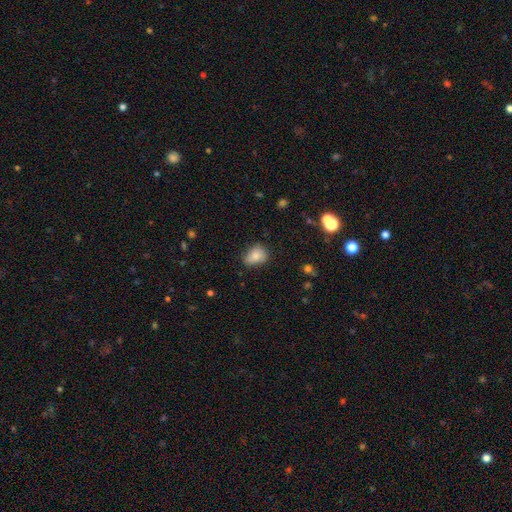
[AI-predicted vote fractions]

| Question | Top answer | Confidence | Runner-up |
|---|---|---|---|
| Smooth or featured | smooth | 80% | featured or disk (10%) |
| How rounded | in between | 67% | round (31%) |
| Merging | none | 62% | minor disturbance (30%) |